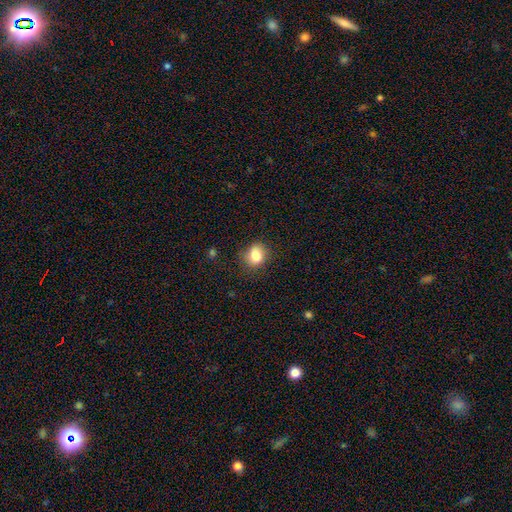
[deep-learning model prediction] Morphology: type=smooth (81%); roundness=round (57%); merging=none (70%).